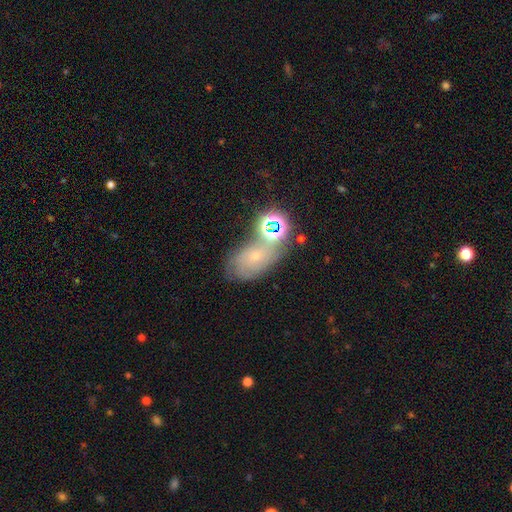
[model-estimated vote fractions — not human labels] Overall: featured or disk (43%; star or artifact 30%). Merging: none (48%; merger 21%).